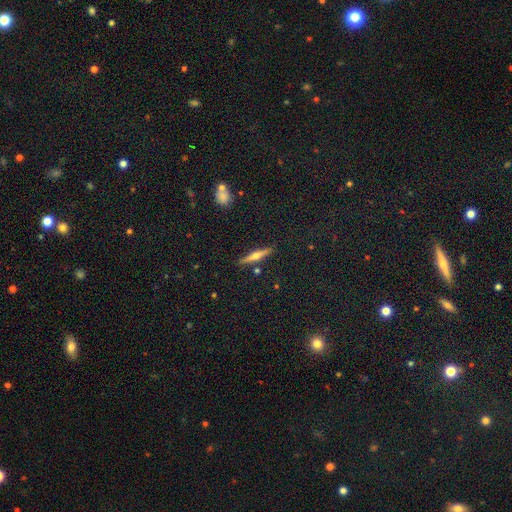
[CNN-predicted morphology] Smooth or featured? Predicted: featured or disk (p=0.59). Edge-on disk? Predicted: yes (p=0.96). Edge-on bulge? Predicted: rounded (p=0.88). Merging? Predicted: none (p=0.88).